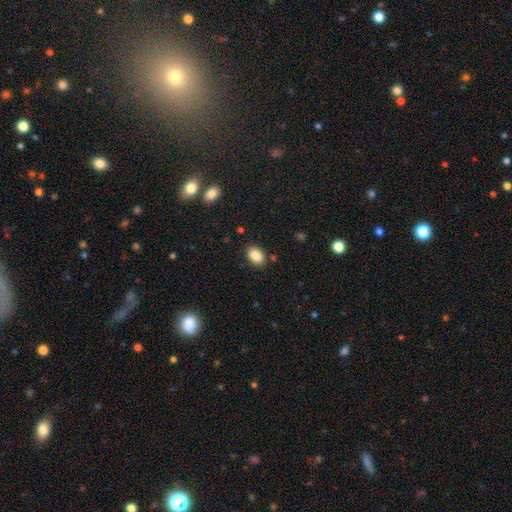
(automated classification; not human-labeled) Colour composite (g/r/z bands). It shows a smooth galaxy with no disk features (86%) that is in between round and cigar-shaped (81%). Merging: none (84%).